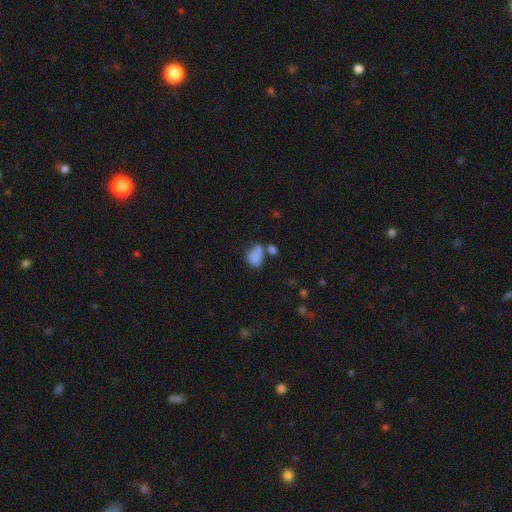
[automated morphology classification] Overall: smooth (79%). How rounded: in between (84%). Merging: merger (35%; none 30%).